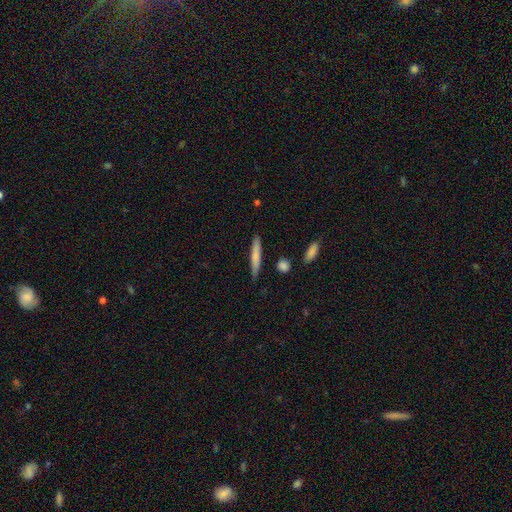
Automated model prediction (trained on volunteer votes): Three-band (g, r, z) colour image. It shows a smooth galaxy with no disk features (73%) that is cigar-shaped (93%). Merging: none (82%).